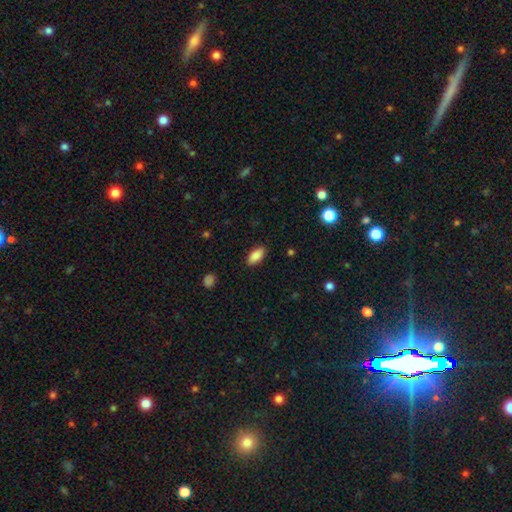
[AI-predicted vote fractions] Morphology: type=smooth (86%); roundness=in between (91%); merging=none (87%).